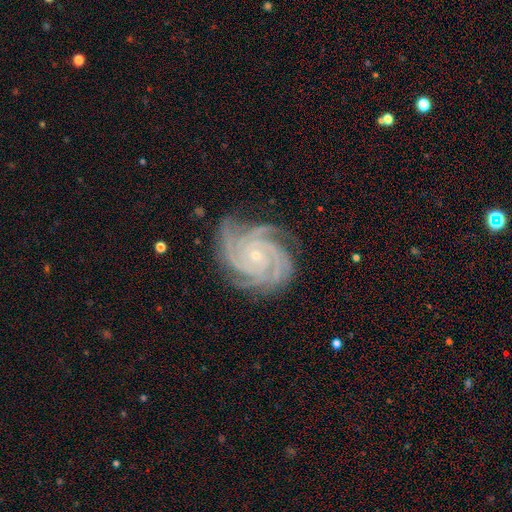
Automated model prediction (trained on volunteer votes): featured or disk 92%, star or artifact 5%, smooth 3%. Down the decision tree: edge-on disk — no (98%); bar — no (73%); spiral arms — yes (99%); spiral arm count — 4 (46%); spiral winding — tight (81%); bulge size — small (79%); merging — none (80%).